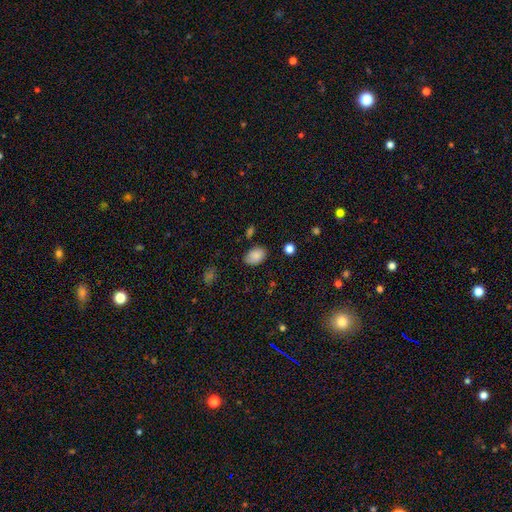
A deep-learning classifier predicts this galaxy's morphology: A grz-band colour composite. It shows a smooth galaxy with no disk features (86%) that is in between round and cigar-shaped (84%). Merging: none (79%).